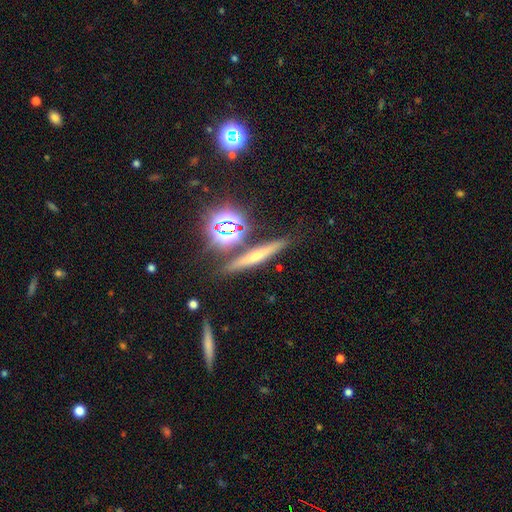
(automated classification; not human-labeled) Smooth or featured? Predicted: featured or disk (p=0.40). Merging? Predicted: none (p=0.83).